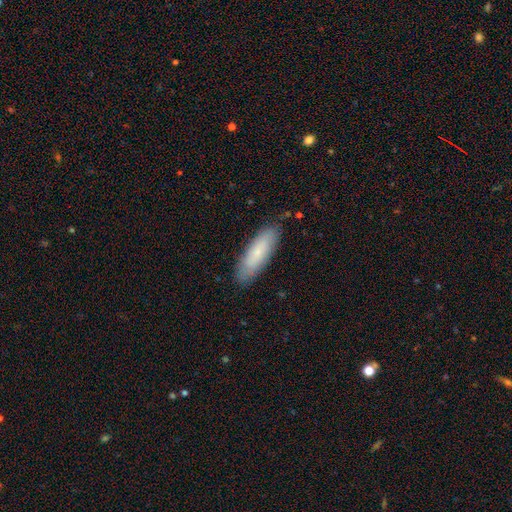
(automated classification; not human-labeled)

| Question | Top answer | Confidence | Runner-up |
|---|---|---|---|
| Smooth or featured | smooth | 72% | featured or disk (21%) |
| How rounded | cigar-shaped | 56% | in between (42%) |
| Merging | none | 85% | minor disturbance (12%) |